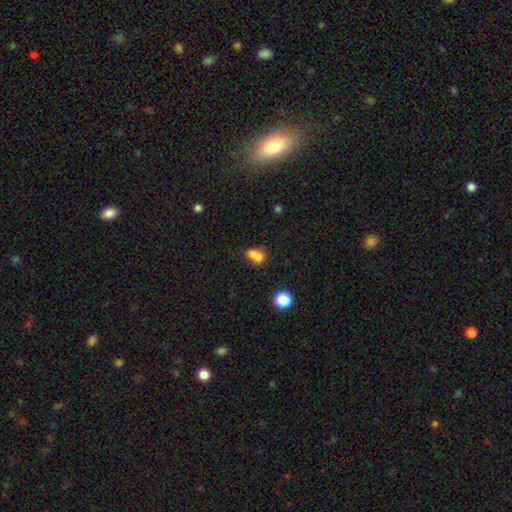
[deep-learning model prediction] smooth_or_featured: smooth (p=0.71) [alt: featured or disk p=0.16]
how_rounded: in between (p=0.49) [alt: round p=0.48]
merging: merger (p=0.61) [alt: none p=0.25]